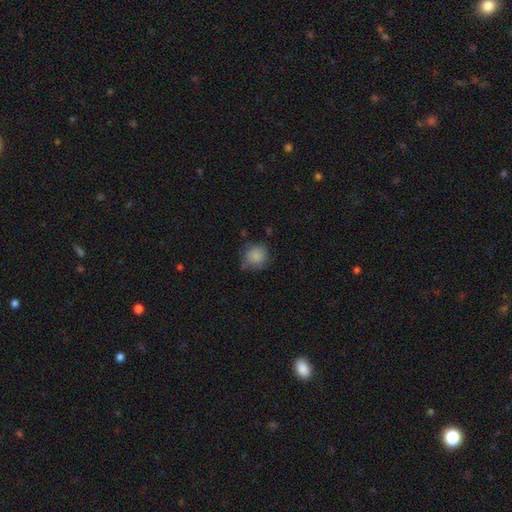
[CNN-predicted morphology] Smooth or featured?
  - smooth: 85% *
  - star or artifact: 9%
  - featured or disk: 6%
How rounded?
  - round: 88% *
  - in between: 11%
  - cigar-shaped: 1%
Merging?
  - none: 70% *
  - minor disturbance: 20%
  - major disturbance: 5%
  - merger: 5%